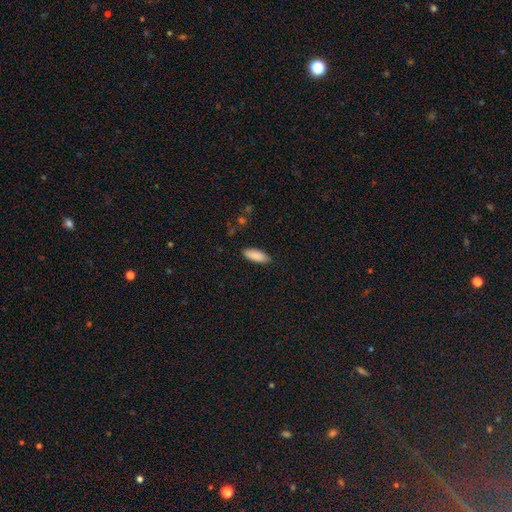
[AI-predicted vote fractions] smooth_or_featured: smooth (p=0.89) [alt: star or artifact p=0.06]
how_rounded: in between (p=0.75) [alt: cigar-shaped p=0.23]
merging: none (p=0.86) [alt: minor disturbance p=0.11]